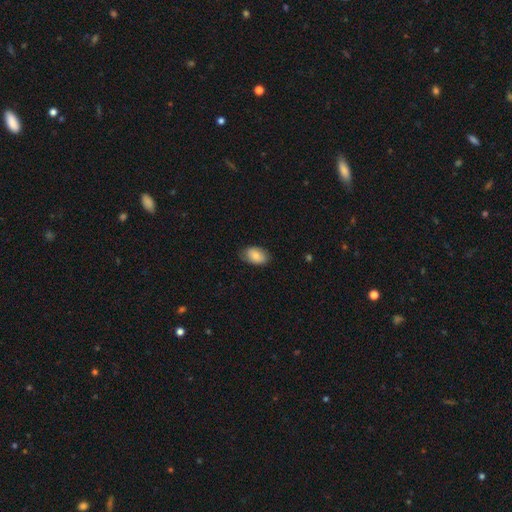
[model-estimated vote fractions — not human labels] smooth_or_featured: smooth (p=0.79) [alt: featured or disk p=0.14]
how_rounded: in between (p=0.89) [alt: round p=0.10]
merging: none (p=0.76) [alt: minor disturbance p=0.20]